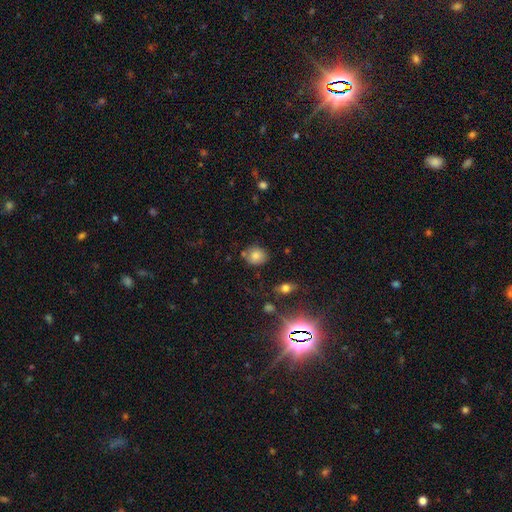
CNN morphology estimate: Smooth or featured? smooth (79%)
How rounded? round (69%)
Merging? none (74%)